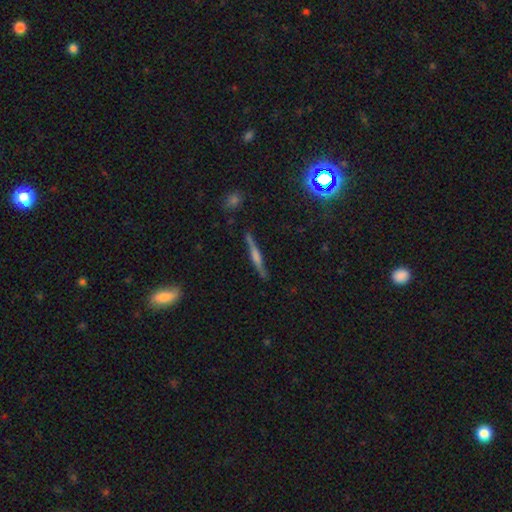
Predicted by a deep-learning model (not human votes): Smooth or featured?
  - featured or disk: 66% *
  - smooth: 21%
  - star or artifact: 13%
Edge-on disk?
  - yes: 96% *
  - no: 4%
Edge-on bulge?
  - rounded: 74% *
  - none: 14%
  - boxy: 12%
Merging?
  - none: 89% *
  - minor disturbance: 8%
  - major disturbance: 2%
  - merger: 2%